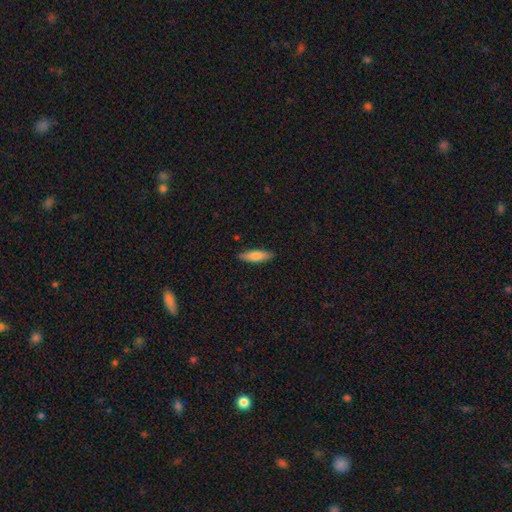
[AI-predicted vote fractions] This is likely a smooth galaxy (75%). How rounded: possibly cigar-shaped (54%). Merging: clearly none (87%).